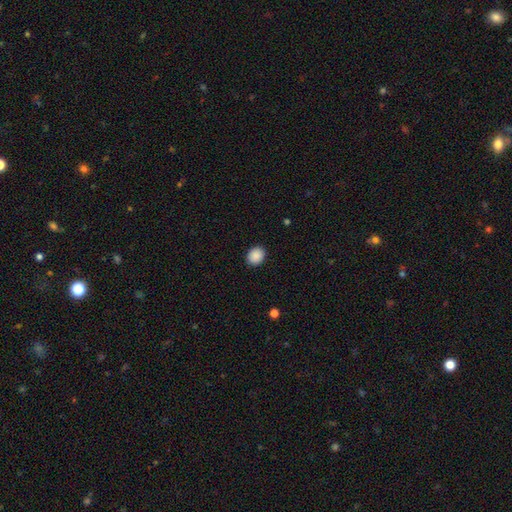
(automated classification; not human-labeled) This appears to be a smooth galaxy with no disk features (90%) that is round (61%). Merging: none (91%).